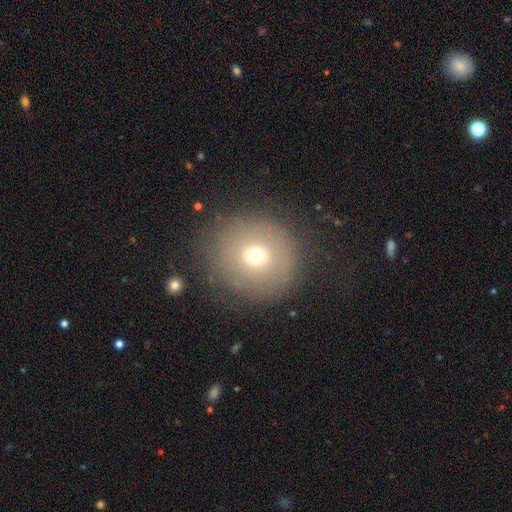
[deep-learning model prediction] This appears to be a smooth galaxy with no disk features (66%) that is round (89%). Merging: none (82%).